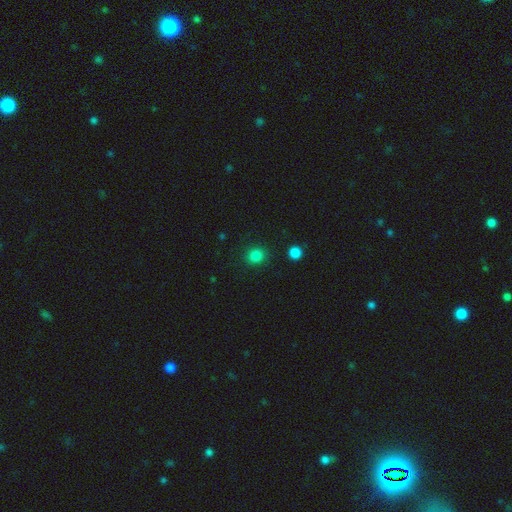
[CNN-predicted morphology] smooth_or_featured: smooth (p=0.83) [alt: star or artifact p=0.13]
how_rounded: round (p=0.84) [alt: in between p=0.15]
merging: none (p=0.89) [alt: minor disturbance p=0.07]